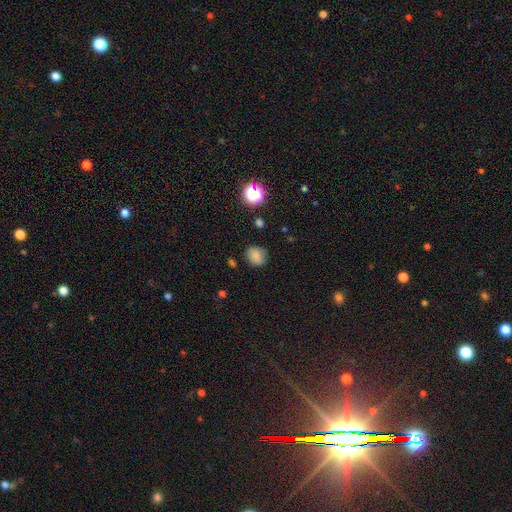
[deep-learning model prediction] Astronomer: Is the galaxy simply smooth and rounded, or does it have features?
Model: smooth — 78%.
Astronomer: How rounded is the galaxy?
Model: round — 74%.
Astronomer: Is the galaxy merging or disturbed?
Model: none — 74%.